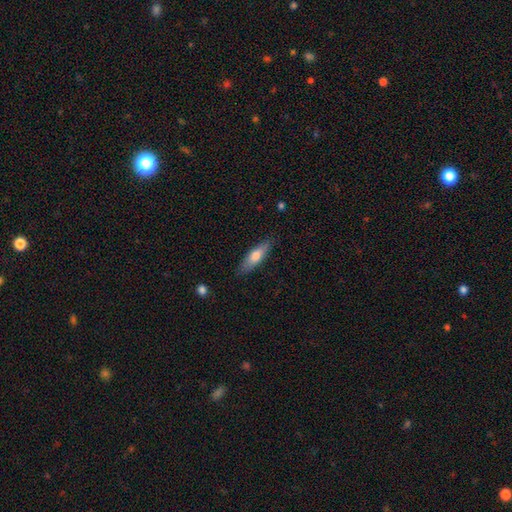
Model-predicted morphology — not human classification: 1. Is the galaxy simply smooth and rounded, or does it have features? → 67% smooth, 27% featured or disk, 6% star or artifact.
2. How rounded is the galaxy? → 53% cigar-shaped, 45% in between, 2% round.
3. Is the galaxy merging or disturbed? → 85% none, 12% minor disturbance, 2% major disturbance, 1% merger.